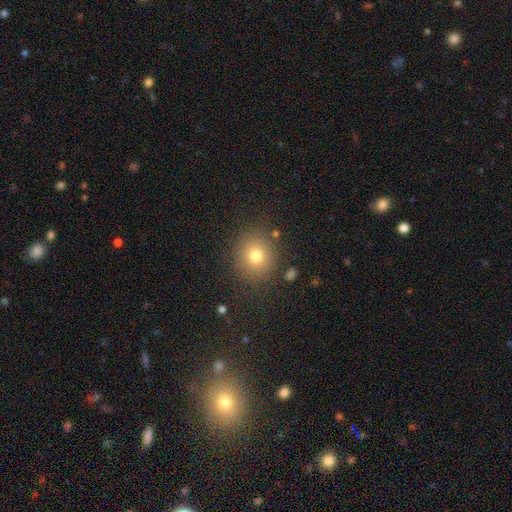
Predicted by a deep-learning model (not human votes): smooth-or-featured: smooth: 75% | star or artifact: 16% | featured or disk: 10%
  how-rounded: round: 83% | in between: 17% | cigar-shaped: 1%
  merging: none: 85% | minor disturbance: 9% | major disturbance: 4% | merger: 2%